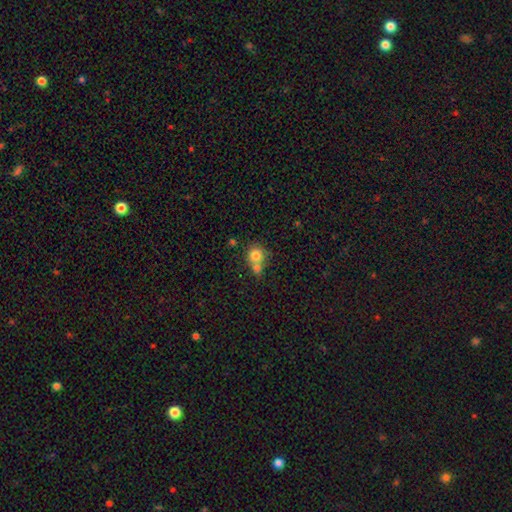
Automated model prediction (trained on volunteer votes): Morphology: type=smooth (78%); roundness=round (85%); merging=merger (50%).